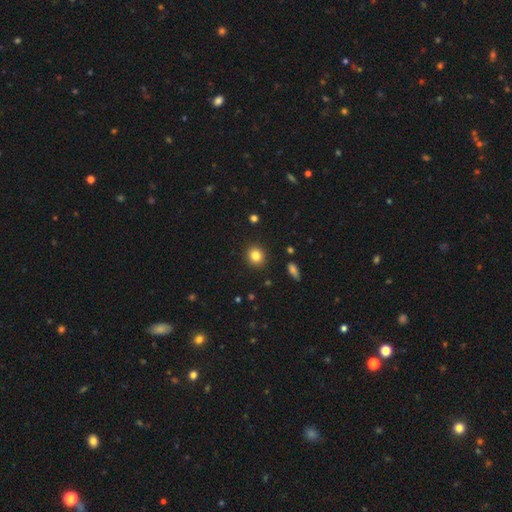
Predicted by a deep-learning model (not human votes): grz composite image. It shows a smooth galaxy with no disk features (83%) that is round (84%). Merging: none (91%).